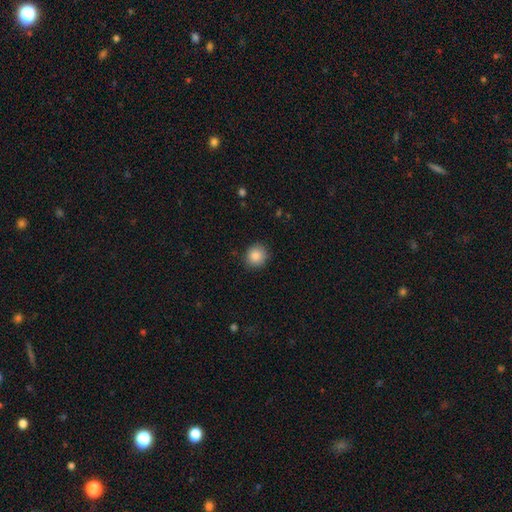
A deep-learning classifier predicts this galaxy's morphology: This appears to be a smooth galaxy with no disk features (87%) that is round (89%). Merging: none (88%).